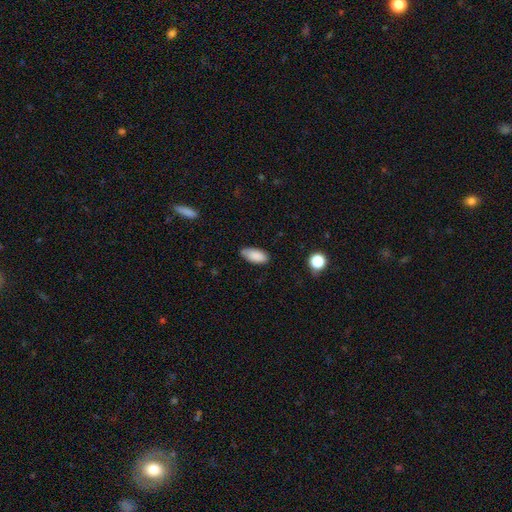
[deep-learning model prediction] The model was most divided on "merging": none: 74%, minor disturbance: 21%, major disturbance: 3%, merger: 1%. More confident: how rounded — in between (89%); smooth or featured — smooth (87%).